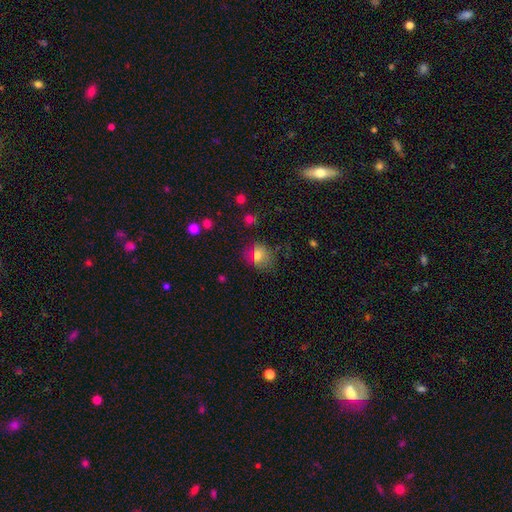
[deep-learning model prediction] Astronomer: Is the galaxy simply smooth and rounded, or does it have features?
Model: smooth — 69%.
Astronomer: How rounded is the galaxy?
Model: round — 52% (runner-up: in between, 46%).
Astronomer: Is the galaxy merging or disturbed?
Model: none — 67%.